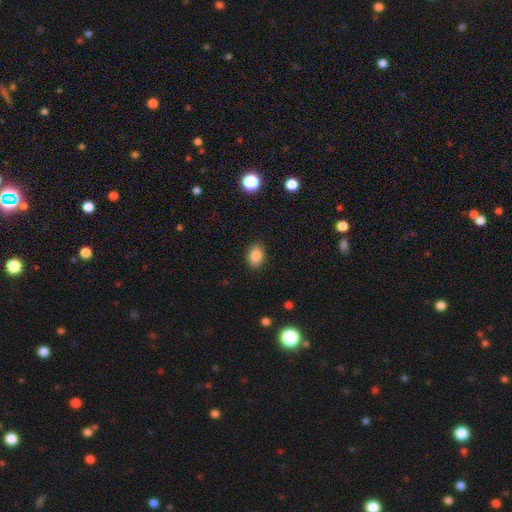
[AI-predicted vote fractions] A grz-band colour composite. It shows a smooth galaxy with no disk features (86%) that is in between round and cigar-shaped (79%). Merging: none (87%).